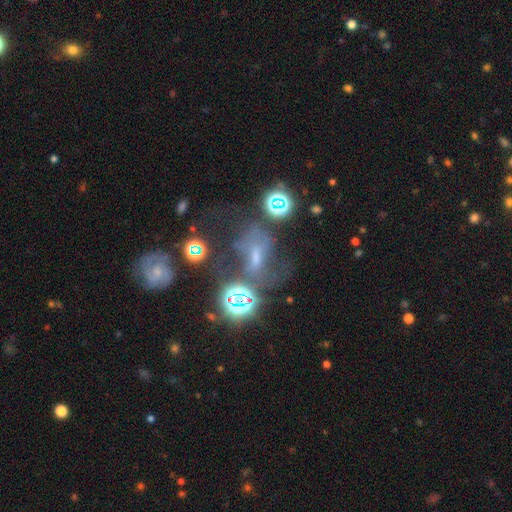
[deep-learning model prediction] Smooth or featured: star or artifact — 35% (tied with featured or disk — 35%)